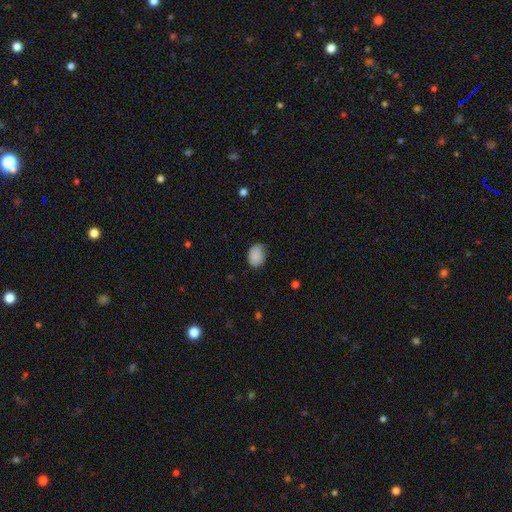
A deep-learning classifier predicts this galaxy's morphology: A smooth galaxy with no disk features (88%) that is in between round and cigar-shaped (70%). Merging: none (73%).